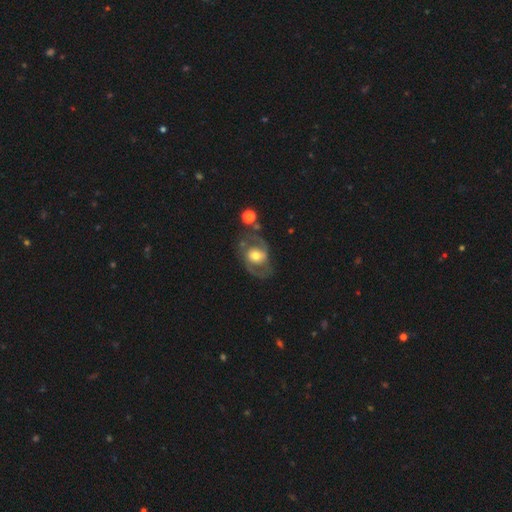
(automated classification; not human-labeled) A featured or disk galaxy (71%) with no bar (58%), 2 (85%) medium (52%) spiral arms (77%) and a moderate central bulge (62%). Merging: none (62%).